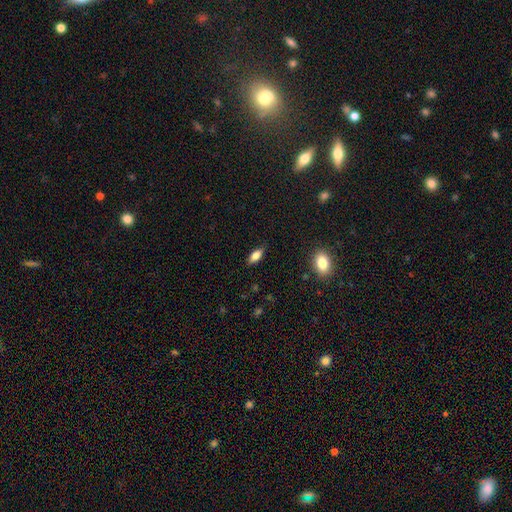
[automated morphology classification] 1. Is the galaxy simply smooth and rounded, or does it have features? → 76% smooth, 16% featured or disk, 8% star or artifact.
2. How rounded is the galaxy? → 79% in between, 18% cigar-shaped, 3% round.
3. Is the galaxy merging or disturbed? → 84% none, 12% minor disturbance, 3% major disturbance, 1% merger.